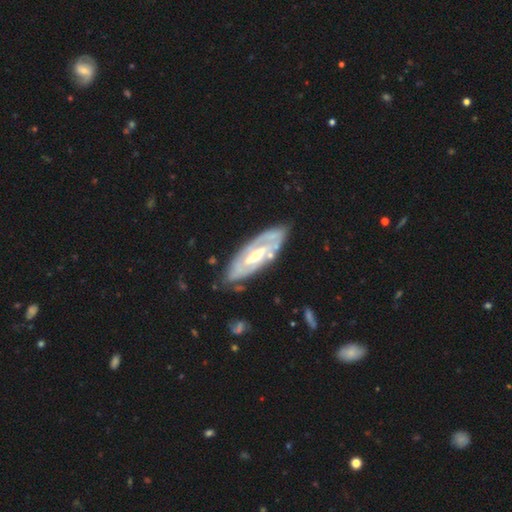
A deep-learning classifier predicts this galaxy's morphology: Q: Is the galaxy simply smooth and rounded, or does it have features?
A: featured or disk — 82%.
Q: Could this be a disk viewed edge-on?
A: no — 87%.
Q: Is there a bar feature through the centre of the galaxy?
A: weak — 38%.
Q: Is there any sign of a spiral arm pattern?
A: yes — 75%.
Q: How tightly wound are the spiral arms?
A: tight — 64%.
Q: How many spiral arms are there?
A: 2 — 49%.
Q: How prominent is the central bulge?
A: moderate — 65%.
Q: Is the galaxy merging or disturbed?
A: none — 75%.